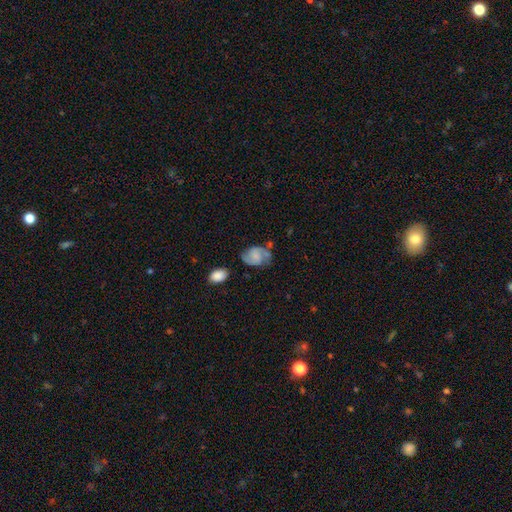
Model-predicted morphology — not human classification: A featured or disk galaxy (61%) with no bar (59%), 2 (86%) medium (50%) spiral arms (91%) and a small central bulge (42%).

Vote fractions:
- Smooth or featured? featured or disk: 61% / smooth: 31% / star or artifact: 8%
- Edge-on disk? no: 98% / yes: 2%
- Bar? no: 59% / weak: 34% / strong: 7%
- Spiral arms? yes: 91% / no: 9%
- Spiral winding? medium: 50% / tight: 27% / loose: 24%
- Spiral arm count? 2: 86% / can't tell: 7% / 1: 2% / 3: 2% / 4: 1% / more than 4: 1%
- Bulge size? small: 42% / none: 36% / moderate: 17% / large: 4% / dominant: 2%
- Merging? none: 58% / minor disturbance: 25% / major disturbance: 10% / merger: 7%